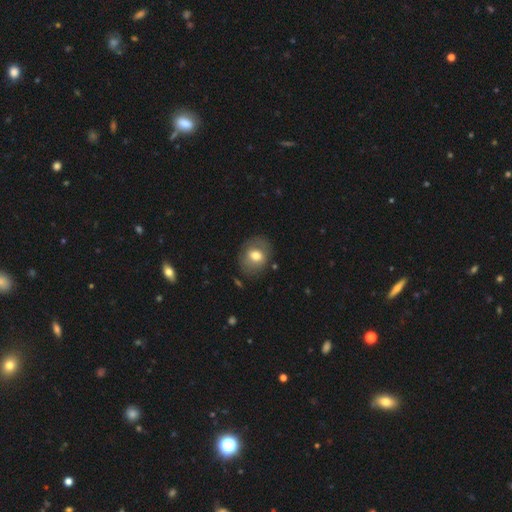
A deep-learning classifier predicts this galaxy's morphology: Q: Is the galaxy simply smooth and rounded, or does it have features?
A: smooth — 66%.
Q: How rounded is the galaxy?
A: round — 59%.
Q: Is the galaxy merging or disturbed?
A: none — 77%.